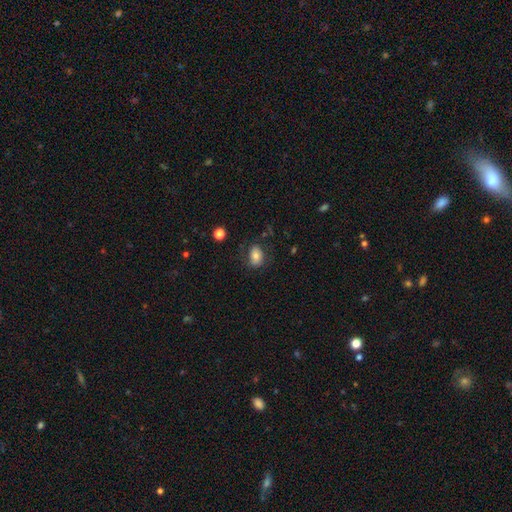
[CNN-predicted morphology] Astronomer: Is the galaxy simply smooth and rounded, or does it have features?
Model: smooth — 74%.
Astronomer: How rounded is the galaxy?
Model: in between — 79%.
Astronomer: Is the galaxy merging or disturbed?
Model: none — 72%.